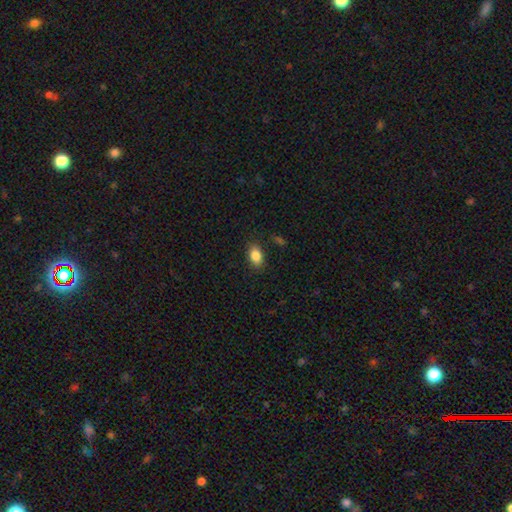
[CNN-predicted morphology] smooth_or_featured: smooth (p=0.86) [alt: star or artifact p=0.08]
how_rounded: in between (p=0.86) [alt: round p=0.12]
merging: none (p=0.86) [alt: minor disturbance p=0.10]